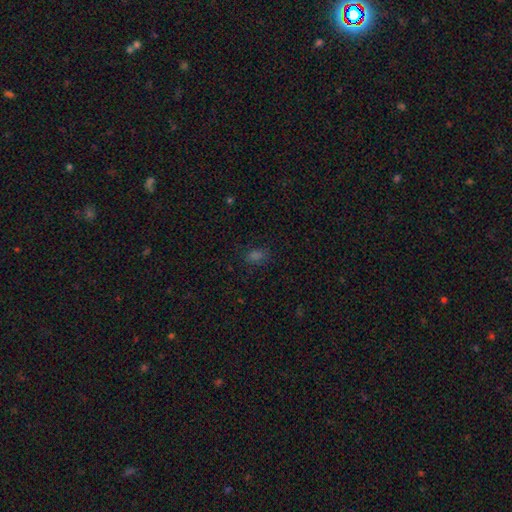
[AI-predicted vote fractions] A smooth galaxy with no disk features (66%) that is in between round and cigar-shaped (78%). Merging: none (80%).